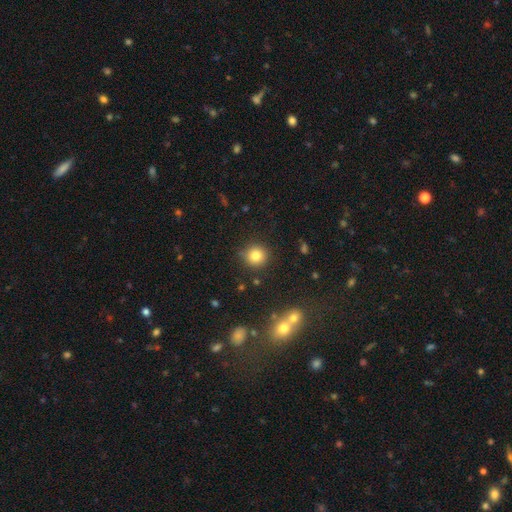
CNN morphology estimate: smooth_or_featured: smooth (p=0.81) [alt: star or artifact p=0.12]
how_rounded: round (p=0.92) [alt: in between p=0.07]
merging: none (p=0.86) [alt: minor disturbance p=0.09]